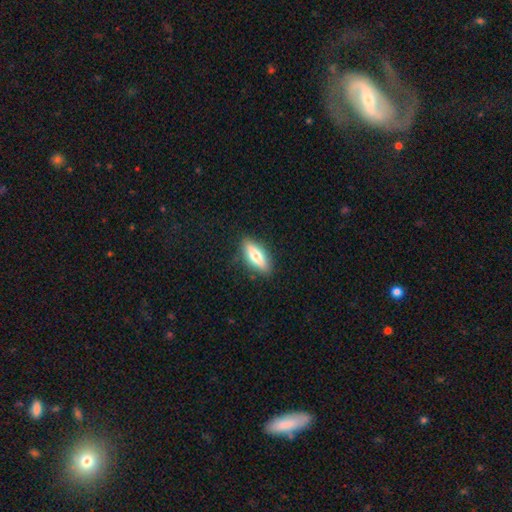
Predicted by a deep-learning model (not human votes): Smooth or featured? Predicted: smooth (p=0.58). How rounded? Predicted: in between (p=0.56). Merging? Predicted: none (p=0.86).